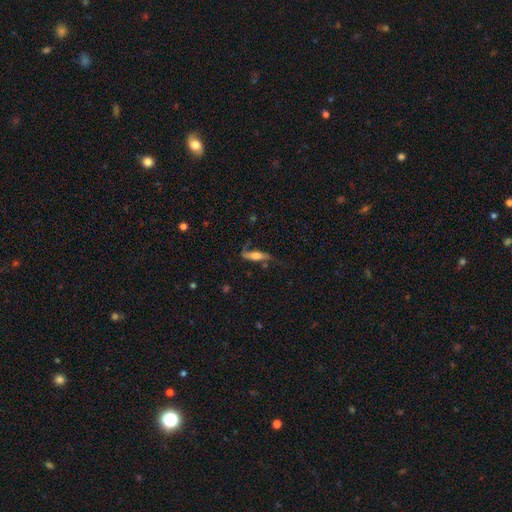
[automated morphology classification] A featured or disk galaxy (49%).

Vote fractions:
- Smooth or featured? featured or disk: 49% / smooth: 43% / star or artifact: 8%
- Merging? none: 53% / minor disturbance: 27% / major disturbance: 16% / merger: 4%